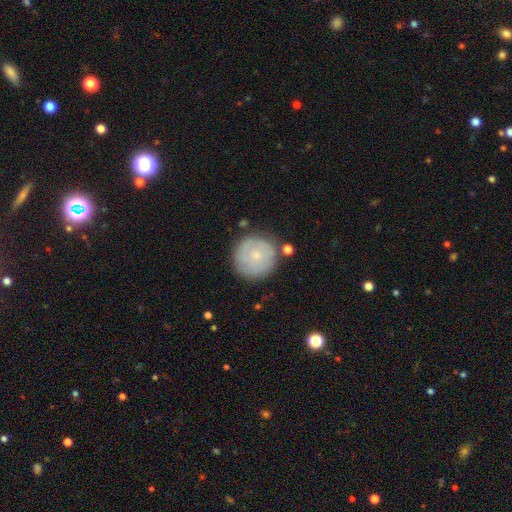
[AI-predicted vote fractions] Smooth or featured? Predicted: smooth (p=0.61). How rounded? Predicted: round (p=0.95). Merging? Predicted: none (p=0.78).